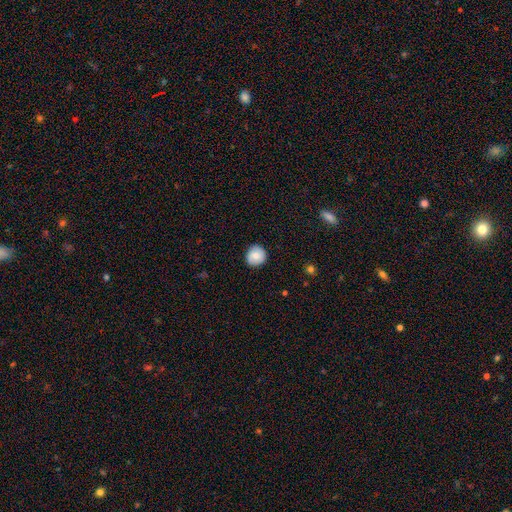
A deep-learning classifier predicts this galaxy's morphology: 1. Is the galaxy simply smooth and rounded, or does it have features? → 76% smooth, 16% featured or disk, 8% star or artifact.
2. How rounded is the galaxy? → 90% round, 10% in between, 1% cigar-shaped.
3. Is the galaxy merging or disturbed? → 86% none, 10% minor disturbance, 2% major disturbance, 1% merger.